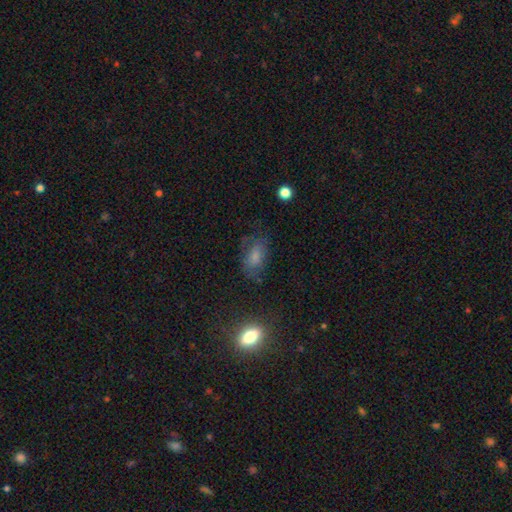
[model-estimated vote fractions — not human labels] Q: Smooth or featured?
A: smooth (56%); runner-up: featured or disk (27%)
Q: How rounded?
A: in between (83%); runner-up: round (14%)
Q: Merging?
A: none (65%); runner-up: minor disturbance (22%)